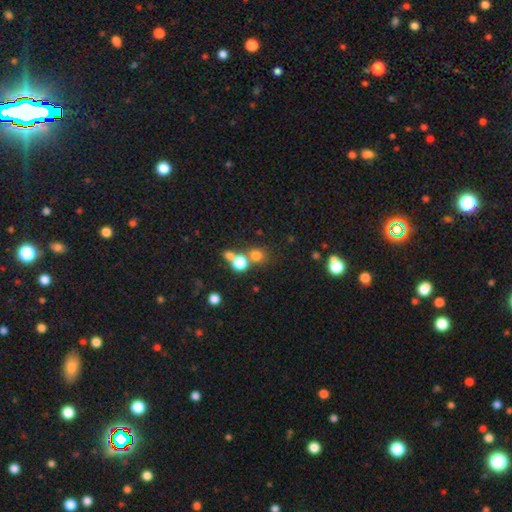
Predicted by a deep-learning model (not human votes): The model was most divided on "merging": none: 56%, merger: 31%, minor disturbance: 8%, major disturbance: 5%. More confident: how rounded — round (85%); smooth or featured — smooth (72%).